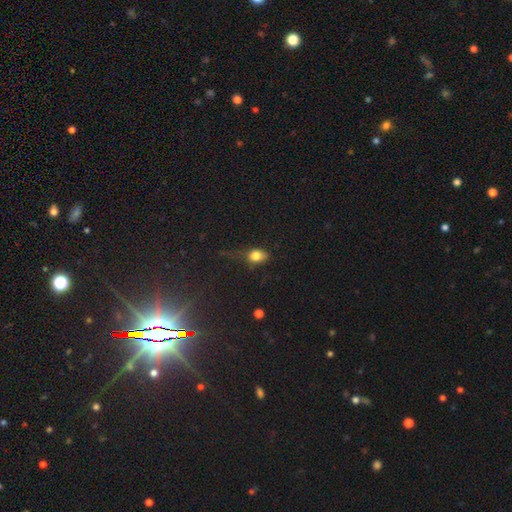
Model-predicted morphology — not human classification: A smooth galaxy with no disk features (79%) that is in between round and cigar-shaped (67%). Merging: none (53%).